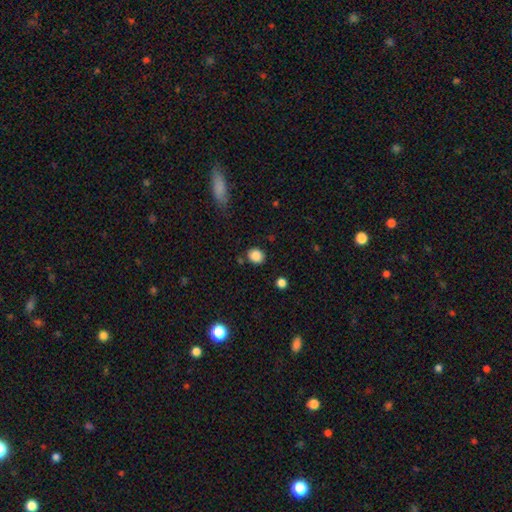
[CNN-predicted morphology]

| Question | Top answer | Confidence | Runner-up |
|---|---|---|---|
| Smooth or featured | smooth | 86% | star or artifact (10%) |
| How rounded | round | 77% | in between (22%) |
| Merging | none | 83% | minor disturbance (10%) |